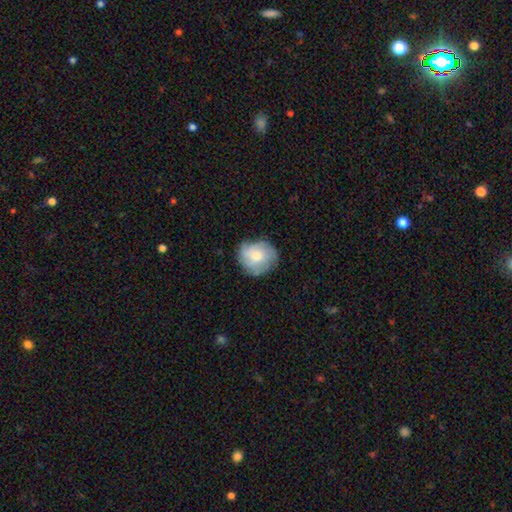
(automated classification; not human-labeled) This appears to be a smooth galaxy with no disk features (59%) that is round (76%). Merging: none (71%).